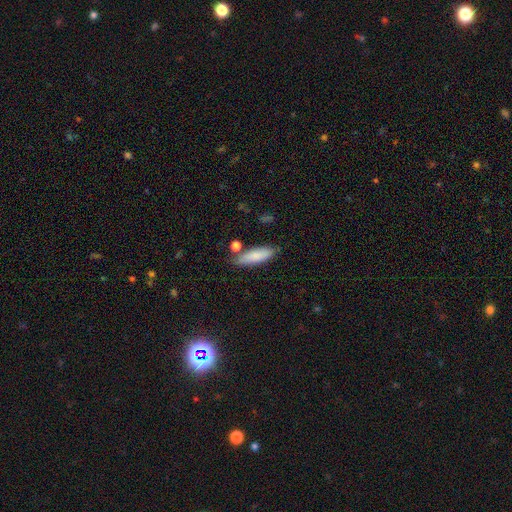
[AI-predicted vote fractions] This appears to be a smooth galaxy with no disk features (83%) that is cigar-shaped (50%). Merging: none (75%).